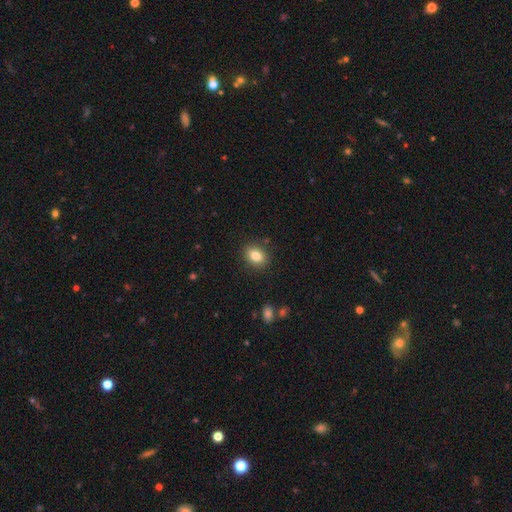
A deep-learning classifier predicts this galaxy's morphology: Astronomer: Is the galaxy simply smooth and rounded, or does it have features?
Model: smooth — 83%.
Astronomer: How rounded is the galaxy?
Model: in between — 59% (runner-up: round, 40%).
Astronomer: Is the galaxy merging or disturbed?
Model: none — 87%.